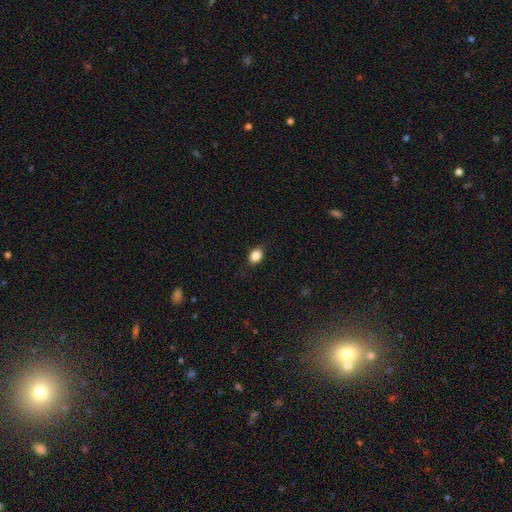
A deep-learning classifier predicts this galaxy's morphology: Smooth or featured? Predicted: smooth (p=0.87). How rounded? Predicted: in between (p=0.72). Merging? Predicted: none (p=0.86).